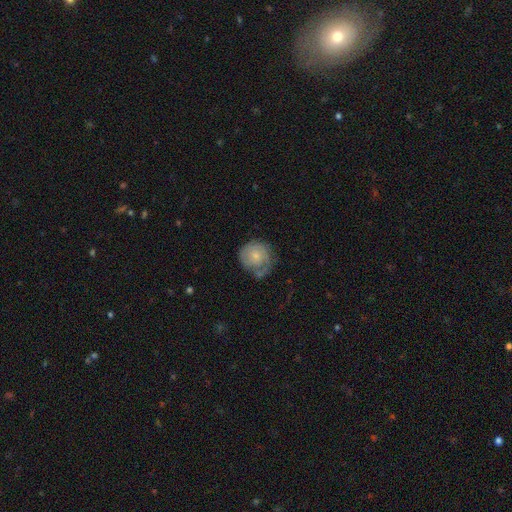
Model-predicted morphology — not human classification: A smooth galaxy with no disk features (49%). Merging: none (51%).